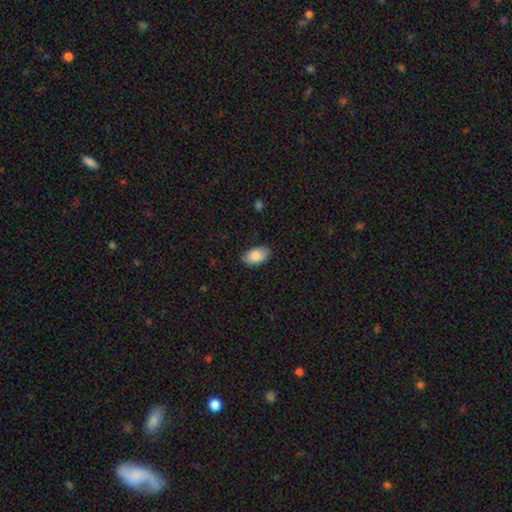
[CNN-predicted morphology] A smooth galaxy with no disk features (86%) that is in between round and cigar-shaped (93%).

Vote fractions:
- Smooth or featured? smooth: 86% / featured or disk: 7% / star or artifact: 6%
- How rounded? in between: 93% / round: 6% / cigar-shaped: 1%
- Merging? none: 85% / minor disturbance: 12% / major disturbance: 2% / merger: 1%